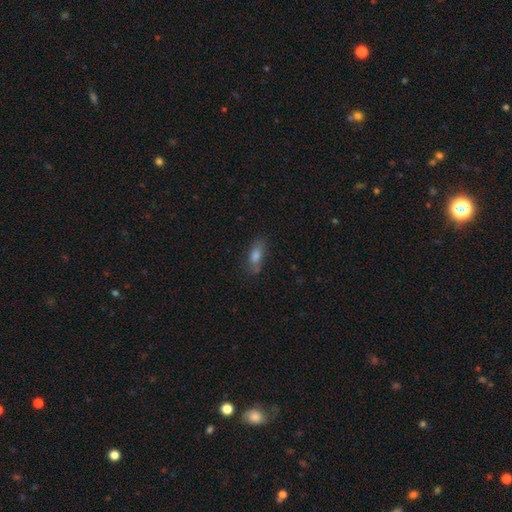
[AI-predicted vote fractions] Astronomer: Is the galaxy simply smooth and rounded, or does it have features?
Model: smooth — 68%.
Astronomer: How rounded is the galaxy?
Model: in between — 69%.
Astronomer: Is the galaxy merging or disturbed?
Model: none — 68%.